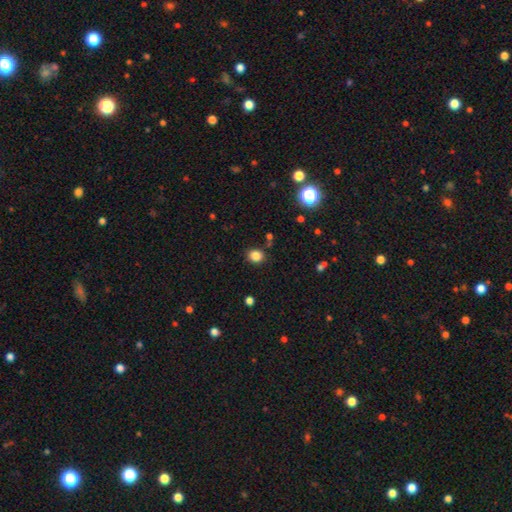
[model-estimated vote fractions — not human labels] Smooth or featured: smooth — 84% (star or artifact — 12%)
How rounded: round — 70% (in between — 29%)
Merging: none — 86% (minor disturbance — 9%)